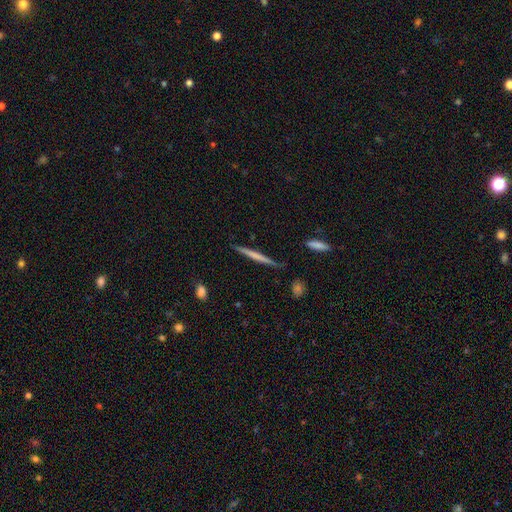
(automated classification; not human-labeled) This appears to be a smooth galaxy with no disk features (51%) that is cigar-shaped (96%). Merging: none (87%).